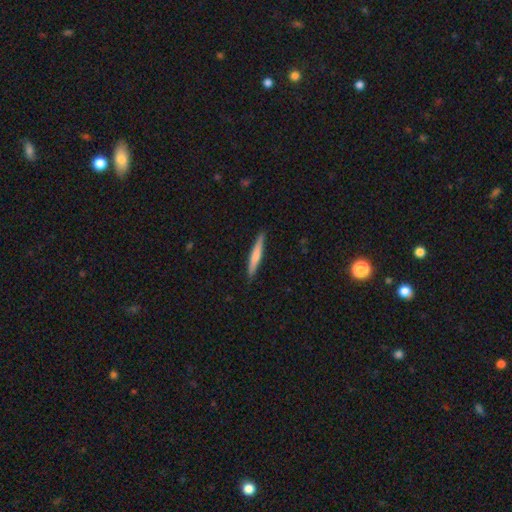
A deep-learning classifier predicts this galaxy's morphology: Smooth or featured?
  - smooth: 64% *
  - featured or disk: 31%
  - star or artifact: 5%
How rounded?
  - cigar-shaped: 94% *
  - in between: 4%
  - round: 1%
Merging?
  - none: 89% *
  - minor disturbance: 8%
  - major disturbance: 2%
  - merger: 1%